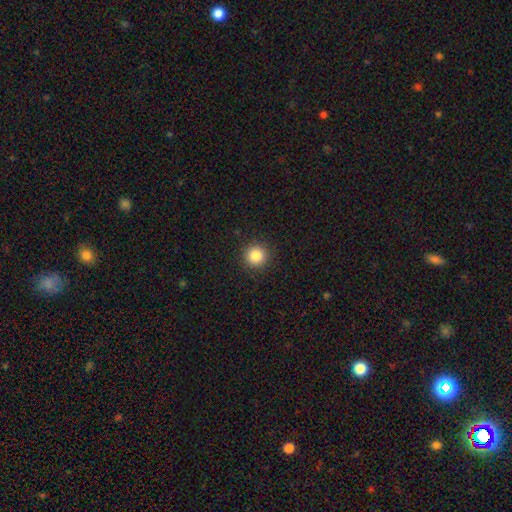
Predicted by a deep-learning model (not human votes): Smooth or featured?
  - smooth: 85% *
  - star or artifact: 11%
  - featured or disk: 4%
How rounded?
  - round: 95% *
  - in between: 4%
  - cigar-shaped: 1%
Merging?
  - none: 92% *
  - minor disturbance: 5%
  - major disturbance: 2%
  - merger: 1%